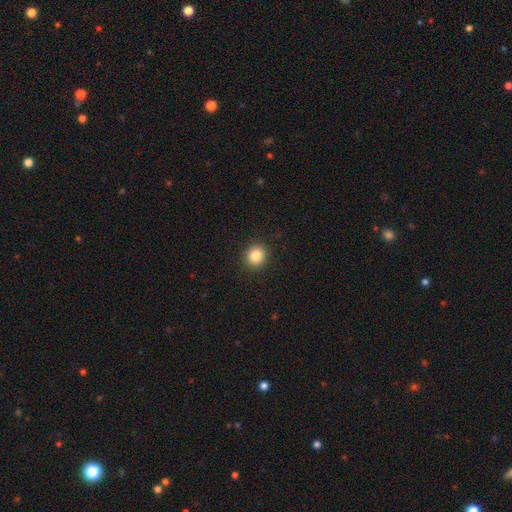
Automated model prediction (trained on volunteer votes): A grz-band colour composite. It shows a smooth galaxy with no disk features (84%) that is round (88%). Merging: none (92%).